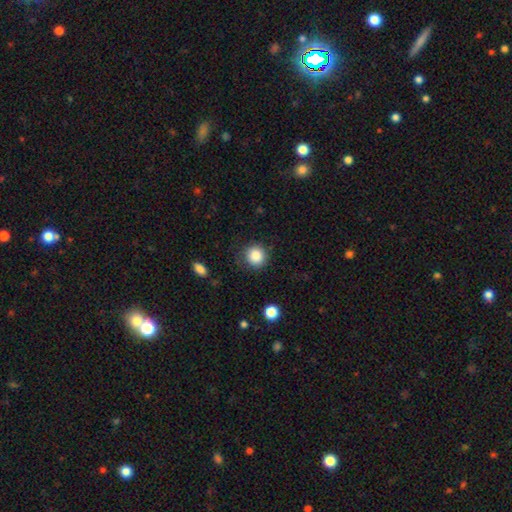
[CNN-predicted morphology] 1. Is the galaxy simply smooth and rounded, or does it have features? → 86% smooth, 10% star or artifact, 4% featured or disk.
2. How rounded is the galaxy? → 91% round, 8% in between, 1% cigar-shaped.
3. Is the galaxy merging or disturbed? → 84% none, 11% minor disturbance, 4% major disturbance, 2% merger.